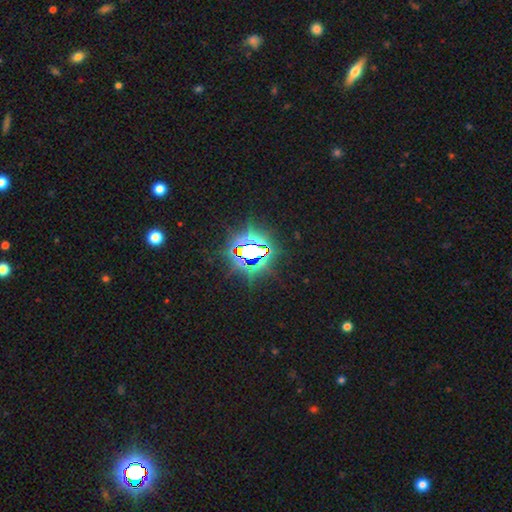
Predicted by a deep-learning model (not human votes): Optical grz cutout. It shows a star or artifact, not a galaxy (81%).